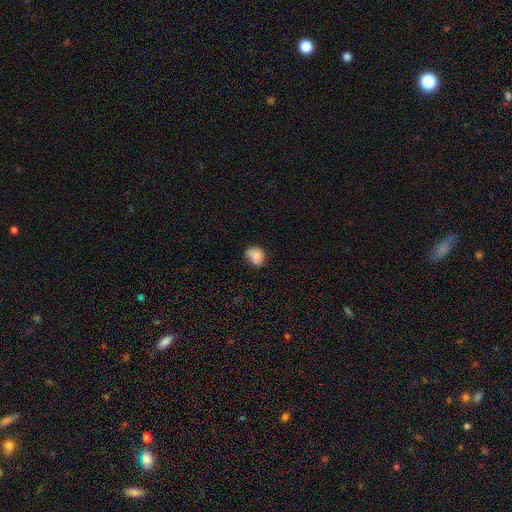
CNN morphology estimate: A smooth galaxy with no disk features (82%) that is round (60%).

Vote fractions:
- Smooth or featured? smooth: 82% / star or artifact: 10% / featured or disk: 9%
- How rounded? round: 60% / in between: 39% / cigar-shaped: 1%
- Merging? none: 51% / minor disturbance: 32% / merger: 9% / major disturbance: 9%